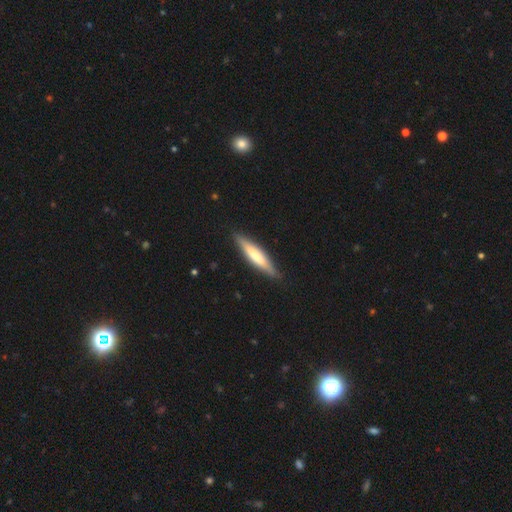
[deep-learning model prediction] Q: Smooth or featured?
A: smooth (55%); runner-up: featured or disk (40%)
Q: How rounded?
A: cigar-shaped (86%); runner-up: in between (13%)
Q: Merging?
A: none (87%); runner-up: minor disturbance (10%)